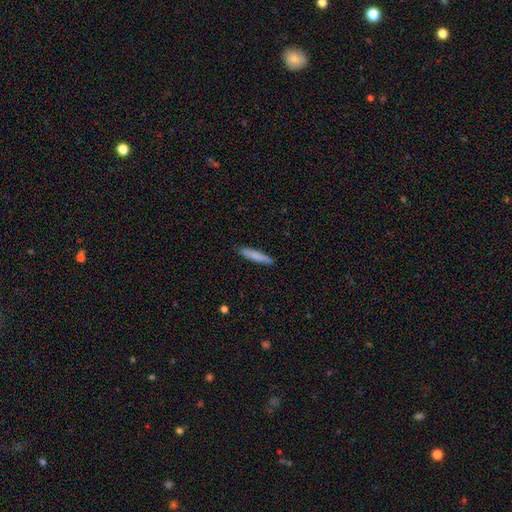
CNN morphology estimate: Smooth or featured?
  - smooth: 81% *
  - featured or disk: 13%
  - star or artifact: 6%
How rounded?
  - cigar-shaped: 90% *
  - in between: 9%
  - round: 1%
Merging?
  - none: 89% *
  - minor disturbance: 8%
  - major disturbance: 2%
  - merger: 1%